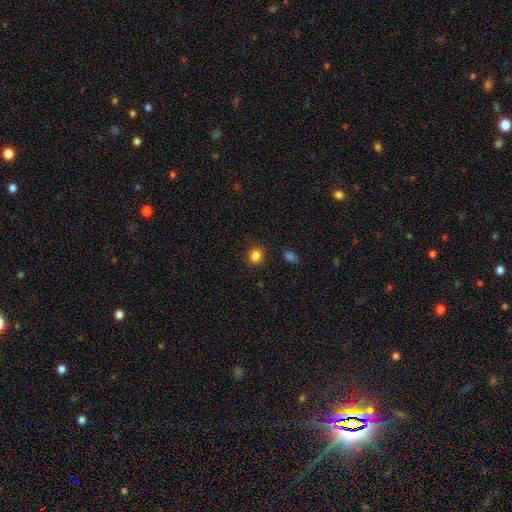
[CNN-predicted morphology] smooth_or_featured: smooth (p=0.85) [alt: star or artifact p=0.11]
how_rounded: round (p=0.81) [alt: in between p=0.18]
merging: none (p=0.89) [alt: minor disturbance p=0.07]